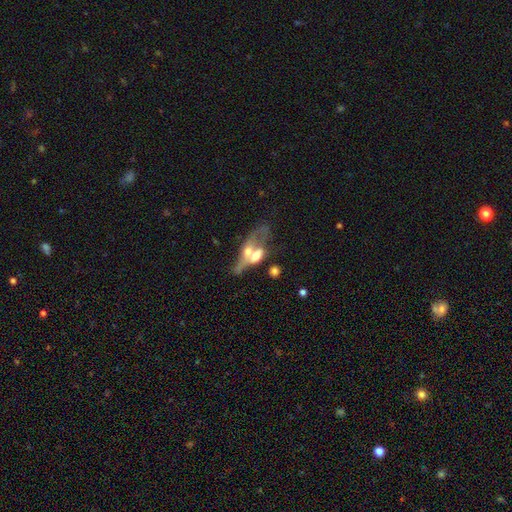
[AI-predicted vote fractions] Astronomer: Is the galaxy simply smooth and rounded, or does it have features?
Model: featured or disk — 52% (runner-up: smooth, 39%).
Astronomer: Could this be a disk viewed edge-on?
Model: no — 79%.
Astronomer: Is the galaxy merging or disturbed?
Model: merger — 67%.